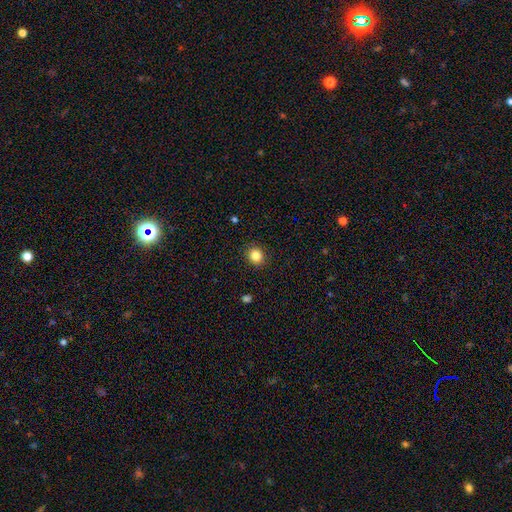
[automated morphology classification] This is clearly a smooth galaxy (85%). How rounded: clearly round (82%). Merging: clearly none (90%).